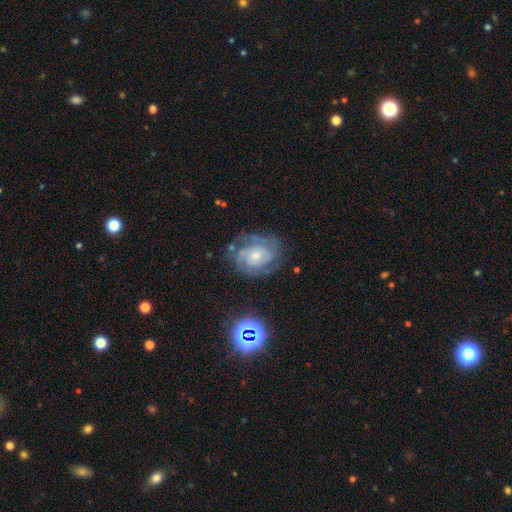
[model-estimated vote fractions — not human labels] A featured or disk galaxy (79%) with no bar (69%), 2 (34%) tight (59%) spiral arms (92%) and a small central bulge (50%). Merging: none (65%).